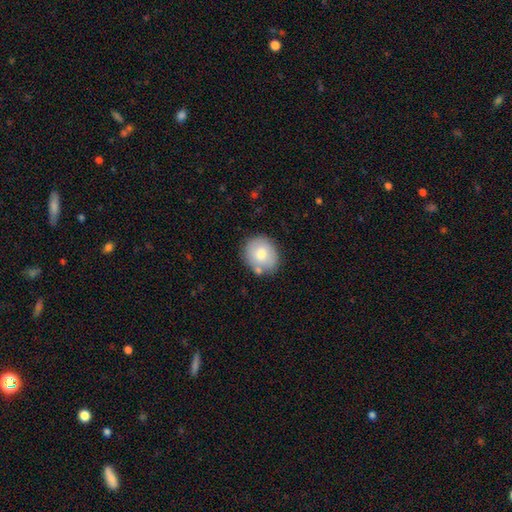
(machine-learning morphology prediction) Smooth or featured: smooth — 70% (featured or disk — 21%)
How rounded: round — 80% (in between — 19%)
Merging: none — 77% (minor disturbance — 14%)